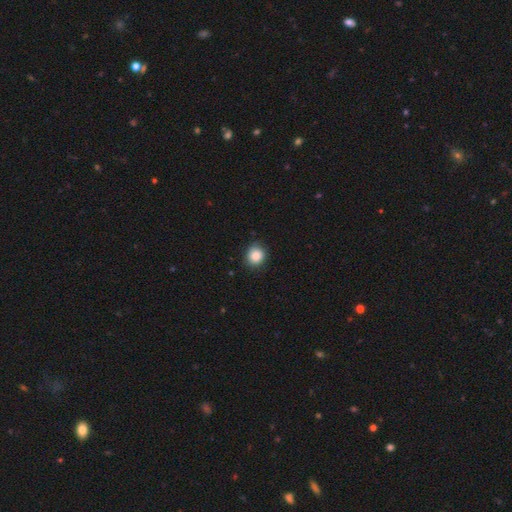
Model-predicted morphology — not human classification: type=smooth (86%); roundness=round (78%); merging=none (84%).